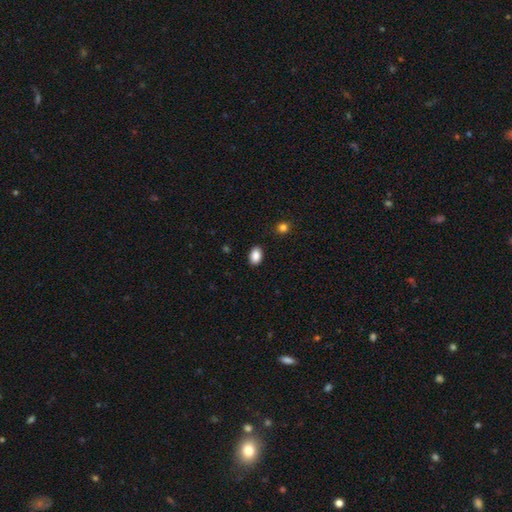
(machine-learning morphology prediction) A smooth galaxy with no disk features (89%) that is in between round and cigar-shaped (84%). Merging: none (88%).